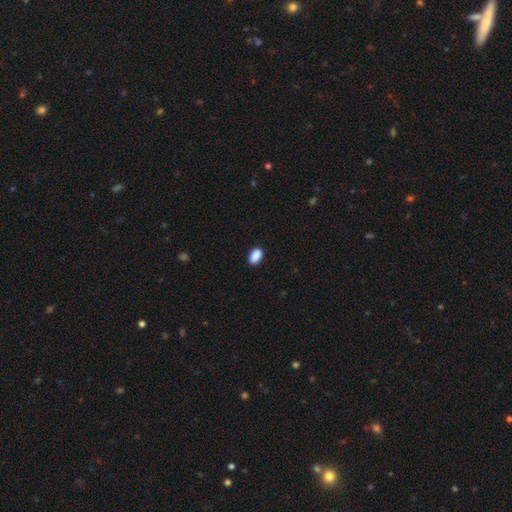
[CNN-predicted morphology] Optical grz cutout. It shows a smooth galaxy with no disk features (90%) that is in between round and cigar-shaped (89%). Merging: none (87%).